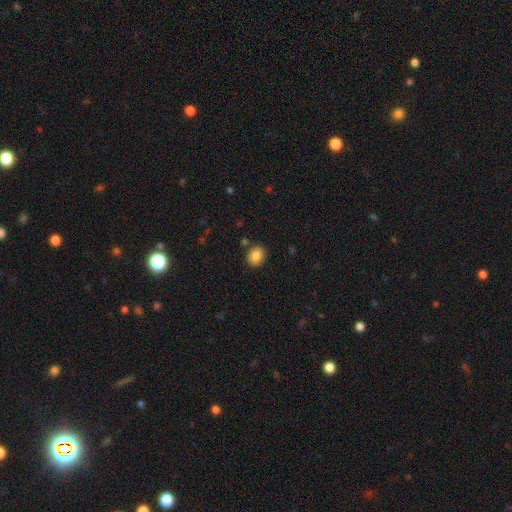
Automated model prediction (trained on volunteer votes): smooth 87%, star or artifact 9%, featured or disk 5%. Down the decision tree: how rounded — round (58%); merging — none (85%).